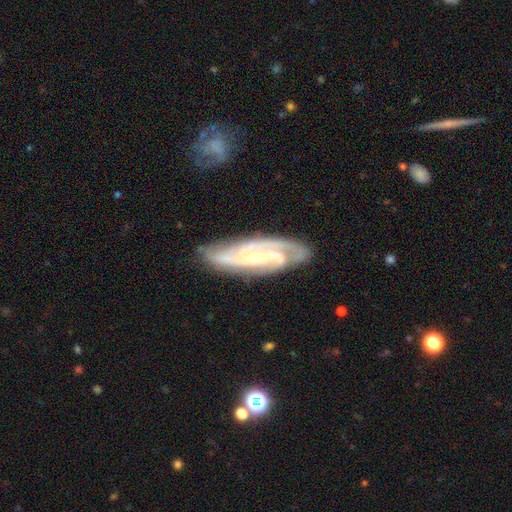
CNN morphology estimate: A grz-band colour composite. It shows a featured or disk galaxy (87%) with no bar (45%), 3 (37%) tight (56%) spiral arms (98%) and a small central bulge (70%). Merging: none (77%).